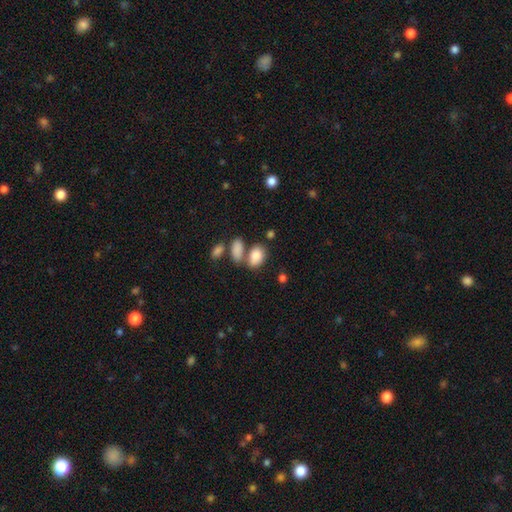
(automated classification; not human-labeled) A smooth galaxy with no disk features (85%) that is in between round and cigar-shaped (87%).

Vote fractions:
- Smooth or featured? smooth: 85% / star or artifact: 8% / featured or disk: 7%
- How rounded? in between: 87% / round: 11% / cigar-shaped: 2%
- Merging? none: 52% / merger: 30% / minor disturbance: 13% / major disturbance: 5%